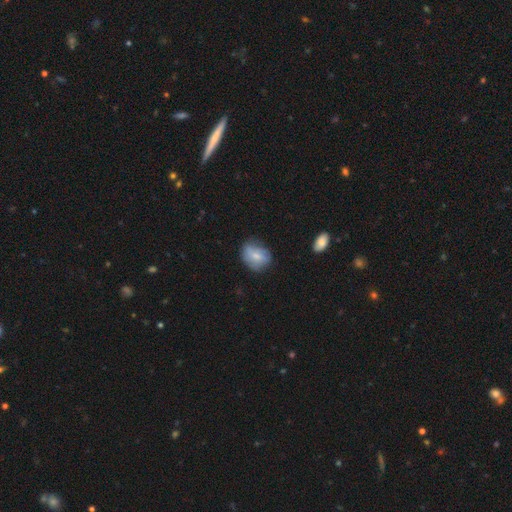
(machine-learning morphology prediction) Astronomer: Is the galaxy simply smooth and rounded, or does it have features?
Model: smooth — 69%.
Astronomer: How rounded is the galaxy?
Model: in between — 51% (runner-up: round, 48%).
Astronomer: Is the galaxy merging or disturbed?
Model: none — 59%.